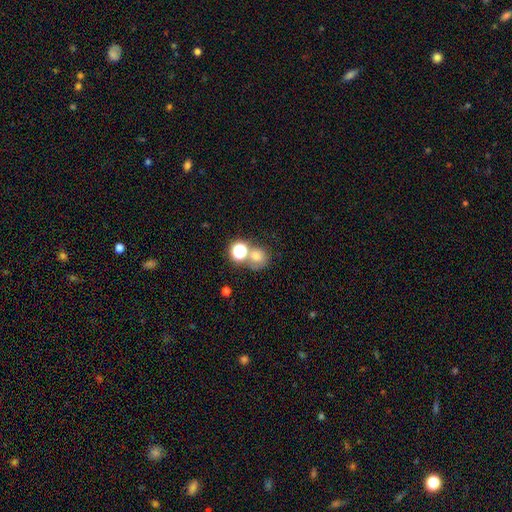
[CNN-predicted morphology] type=smooth (66%); roundness=round (82%); merging=none (49%).